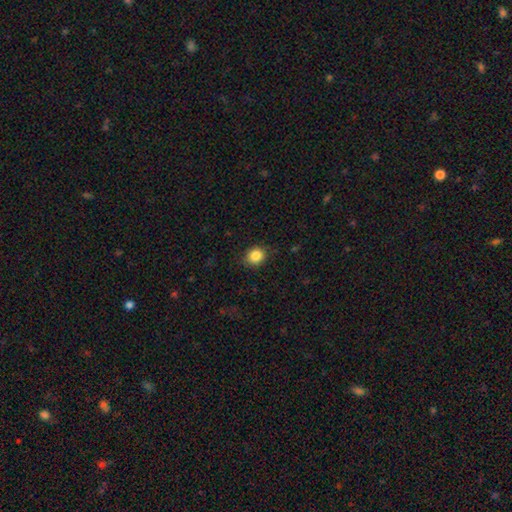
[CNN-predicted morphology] A smooth galaxy with no disk features (85%) that is round (74%).

Vote fractions:
- Smooth or featured? smooth: 85% / star or artifact: 10% / featured or disk: 5%
- How rounded? round: 74% / in between: 25% / cigar-shaped: 1%
- Merging? none: 85% / minor disturbance: 11% / major disturbance: 3% / merger: 1%